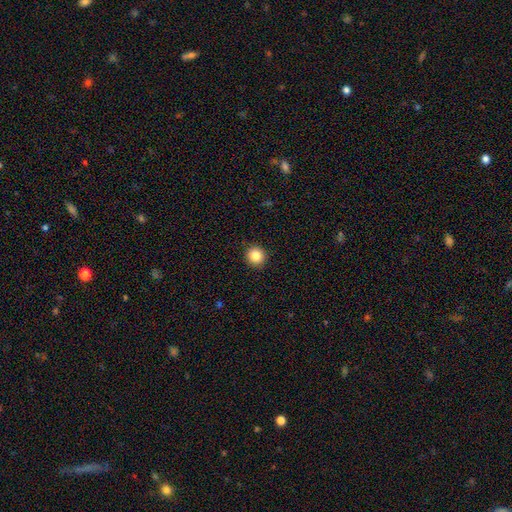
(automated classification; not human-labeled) smooth 84%, star or artifact 11%, featured or disk 5%. Down the decision tree: how rounded — round (95%); merging — none (93%).